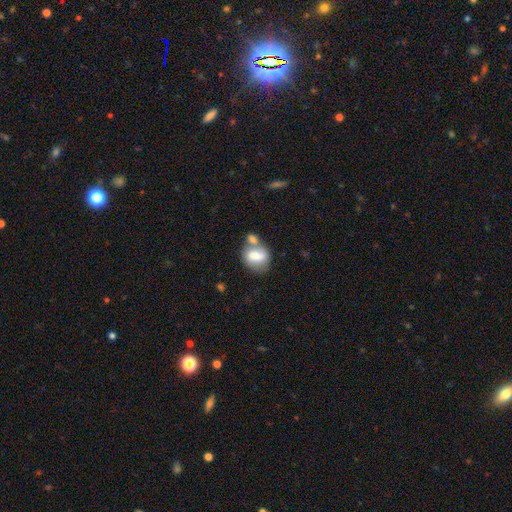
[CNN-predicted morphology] Smooth or featured? Predicted: smooth (p=0.67). How rounded? Predicted: in between (p=0.55). Merging? Predicted: merger (p=0.43).